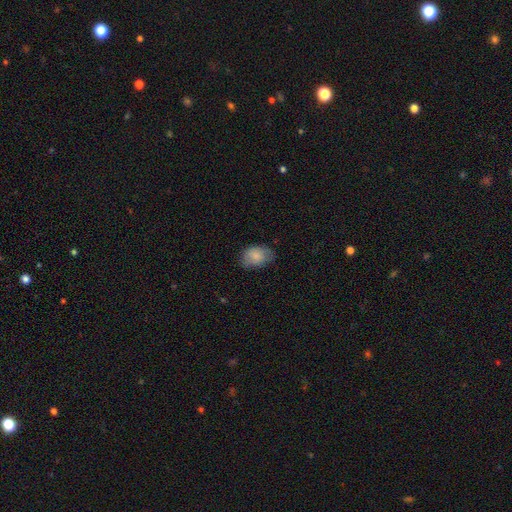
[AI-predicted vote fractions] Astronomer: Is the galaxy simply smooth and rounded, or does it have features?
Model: smooth — 81%.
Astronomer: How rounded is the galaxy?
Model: in between — 77%.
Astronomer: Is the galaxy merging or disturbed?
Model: none — 65%.